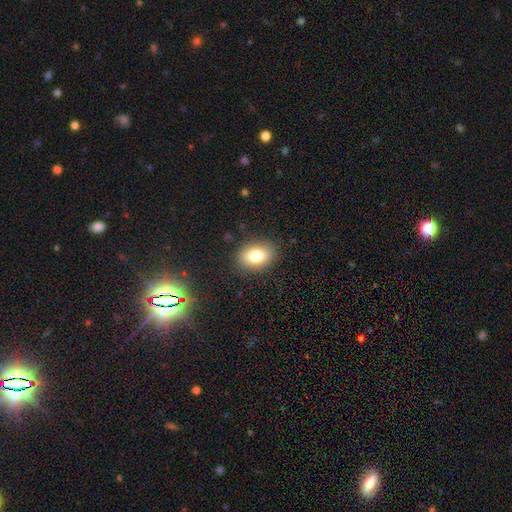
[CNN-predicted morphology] Smooth or featured? smooth (79%)
How rounded? in between (74%)
Merging? none (86%)